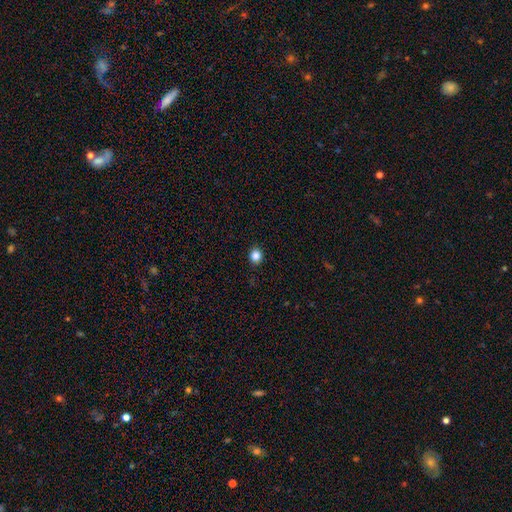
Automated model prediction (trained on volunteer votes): This appears to be a smooth galaxy with no disk features (85%) that is round (78%). Merging: none (91%).